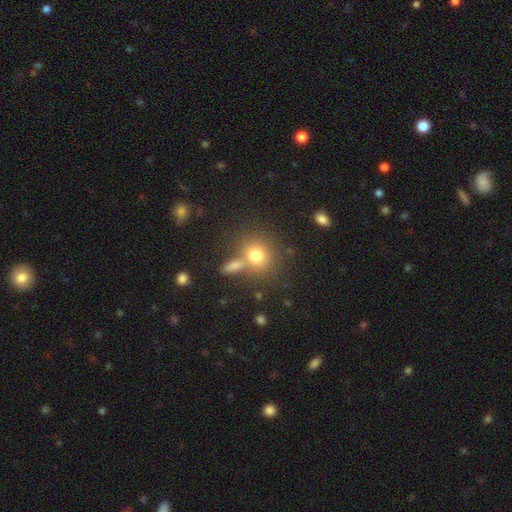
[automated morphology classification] Smooth or featured? Predicted: smooth (p=0.75). How rounded? Predicted: round (p=0.77). Merging? Predicted: none (p=0.62).